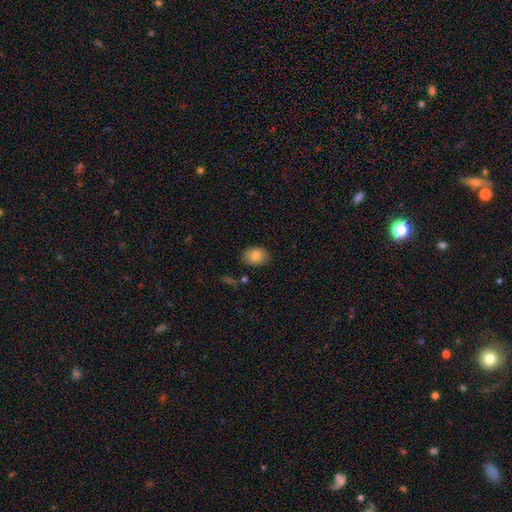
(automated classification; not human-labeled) Morphology: type=smooth (81%); roundness=in between (61%); merging=none (83%).